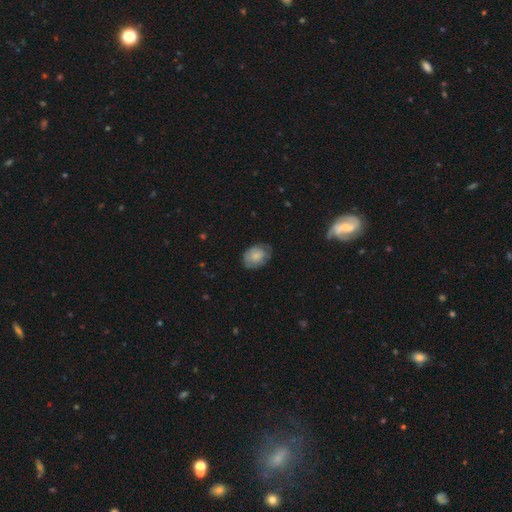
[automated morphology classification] Q: Smooth or featured?
A: smooth (72%); runner-up: featured or disk (21%)
Q: How rounded?
A: in between (70%); runner-up: round (29%)
Q: Merging?
A: none (68%); runner-up: minor disturbance (25%)